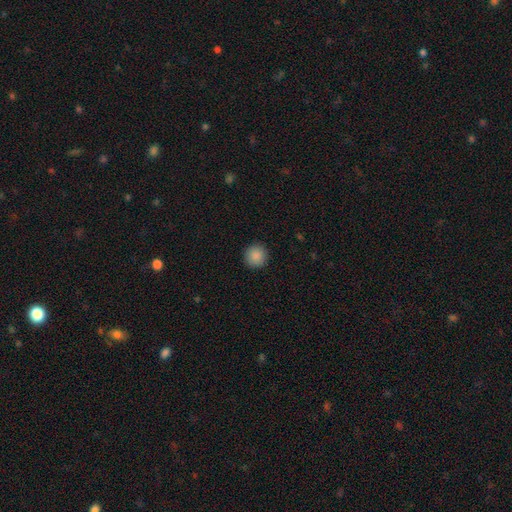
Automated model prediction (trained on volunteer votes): smooth_or_featured: smooth (p=0.88) [alt: star or artifact p=0.09]
how_rounded: round (p=0.94) [alt: in between p=0.05]
merging: none (p=0.92) [alt: minor disturbance p=0.05]